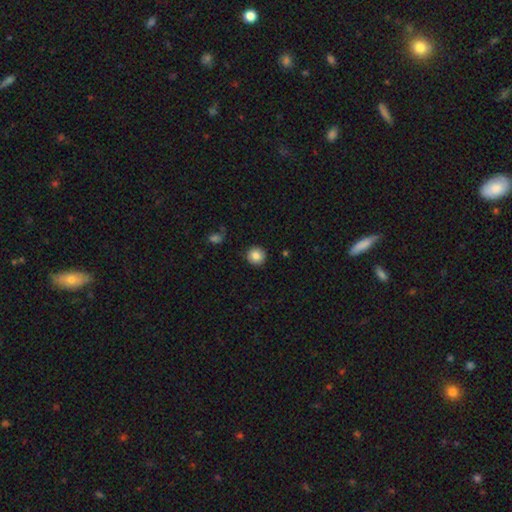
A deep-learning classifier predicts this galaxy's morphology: Overall: smooth (84%). How rounded: round (95%). Merging: none (91%).